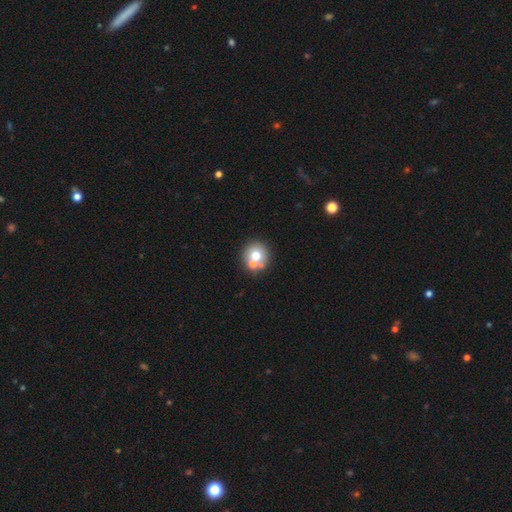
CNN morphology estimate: Smooth or featured? Predicted: smooth (p=0.68). How rounded? Predicted: round (p=0.89). Merging? Predicted: none (p=0.60).